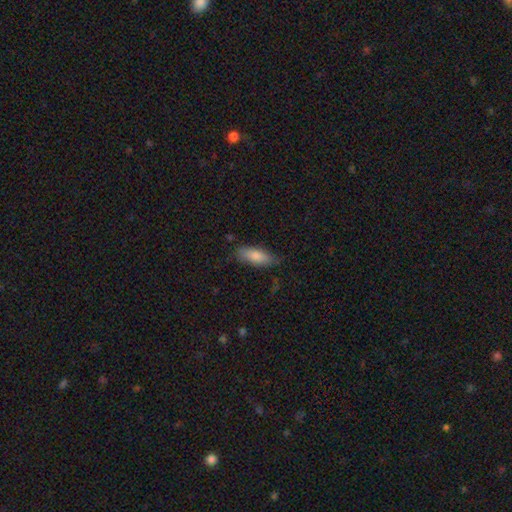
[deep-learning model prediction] Smooth or featured: smooth — 79% (featured or disk — 15%)
How rounded: in between — 67% (cigar-shaped — 31%)
Merging: none — 78% (minor disturbance — 17%)